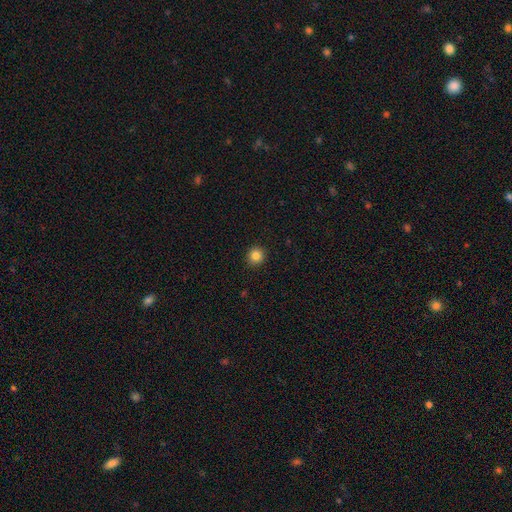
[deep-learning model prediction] A smooth galaxy with no disk features (84%) that is round (92%). Merging: none (92%).